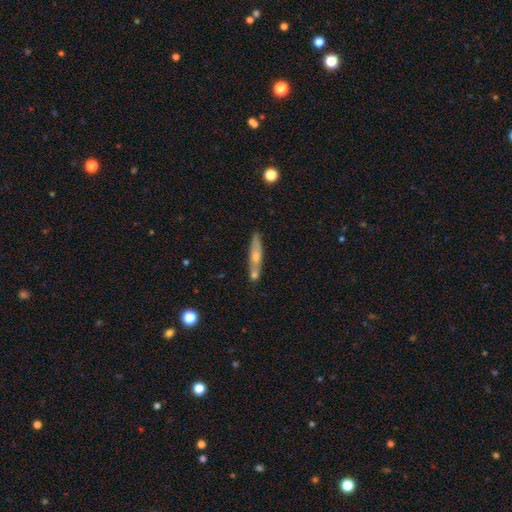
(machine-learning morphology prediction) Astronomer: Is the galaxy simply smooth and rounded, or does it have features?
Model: smooth — 52% (runner-up: featured or disk, 42%).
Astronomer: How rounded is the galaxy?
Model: cigar-shaped — 82%.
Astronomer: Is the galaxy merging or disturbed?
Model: none — 62%.